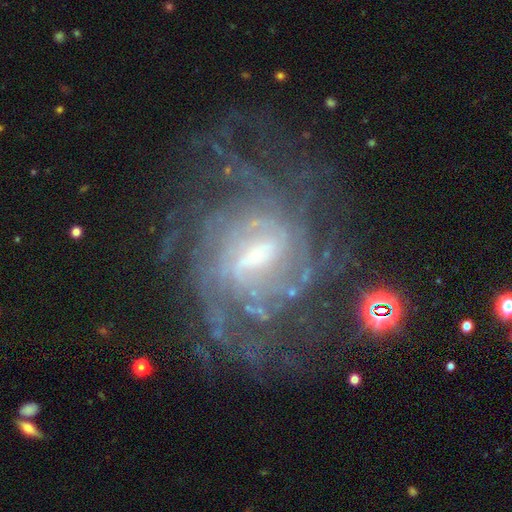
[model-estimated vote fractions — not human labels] A featured or disk galaxy (88%) with a weak bar (52%), tight (56%) spiral arms (95%) and a small central bulge (55%). Merging: none (65%).